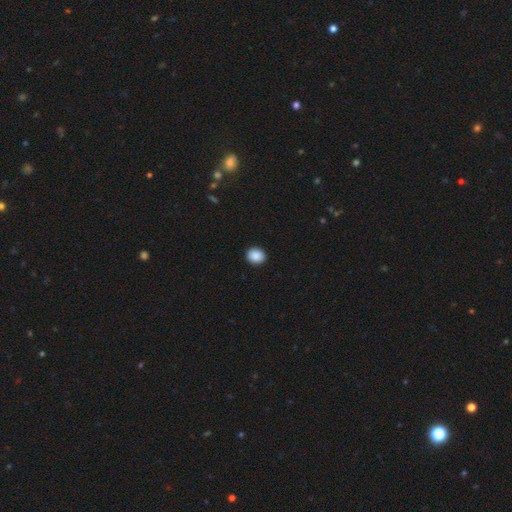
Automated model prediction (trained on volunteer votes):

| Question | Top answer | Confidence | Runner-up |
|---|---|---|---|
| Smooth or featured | smooth | 89% | star or artifact (8%) |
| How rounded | round | 67% | in between (33%) |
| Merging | none | 92% | minor disturbance (5%) |